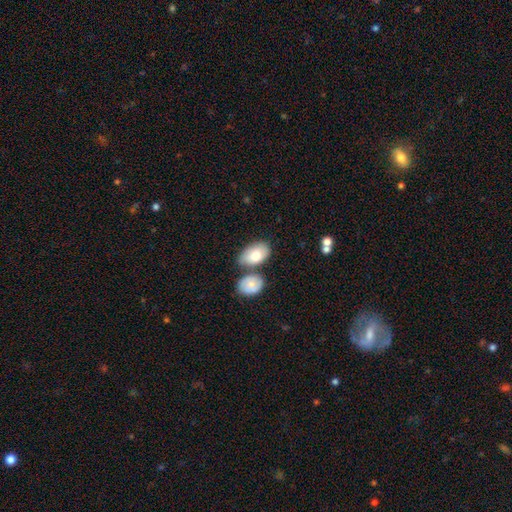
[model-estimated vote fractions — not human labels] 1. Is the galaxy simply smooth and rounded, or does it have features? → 75% smooth, 19% featured or disk, 6% star or artifact.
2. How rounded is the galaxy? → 91% in between, 7% round, 1% cigar-shaped.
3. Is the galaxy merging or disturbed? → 50% none, 28% merger, 18% minor disturbance, 5% major disturbance.